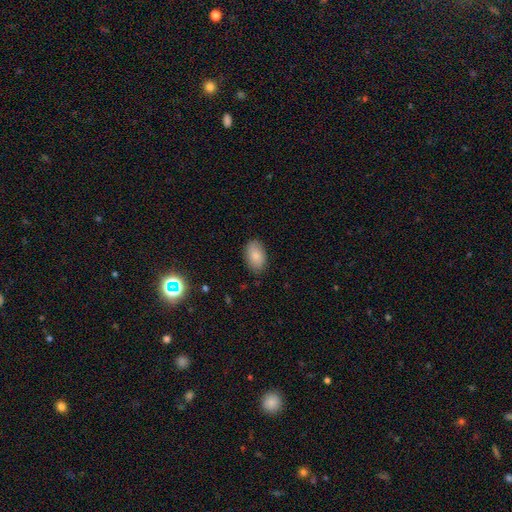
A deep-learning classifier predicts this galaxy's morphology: This appears to be a smooth galaxy with no disk features (84%) that is in between round and cigar-shaped (92%). Merging: none (85%).